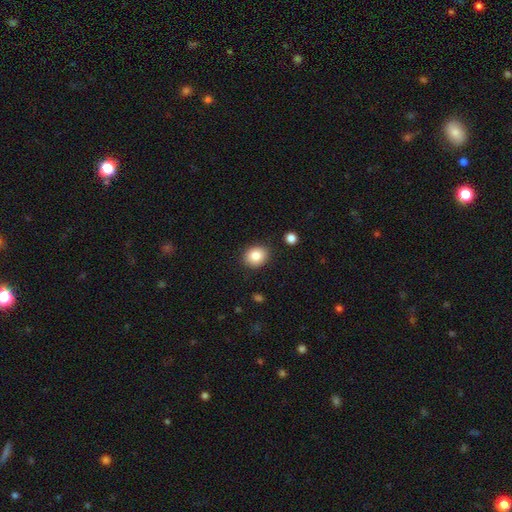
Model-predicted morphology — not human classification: Smooth or featured? smooth (85%)
How rounded? round (63%)
Merging? none (86%)